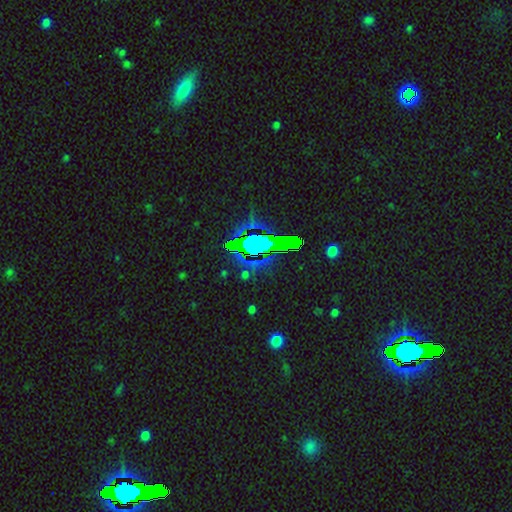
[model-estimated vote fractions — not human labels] Overall: star or artifact (79%).